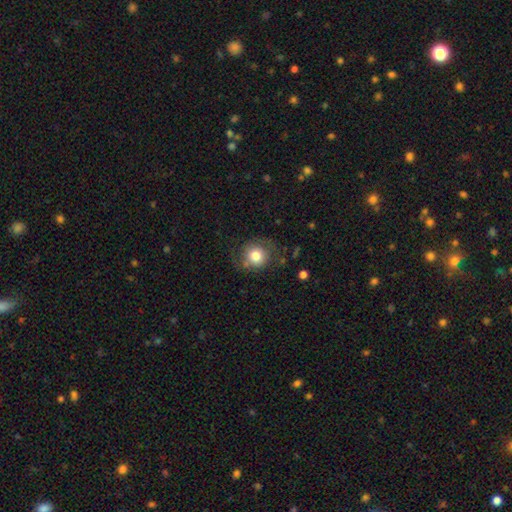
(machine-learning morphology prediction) smooth_or_featured: smooth (p=0.76) [alt: featured or disk p=0.14]
how_rounded: round (p=0.86) [alt: in between p=0.13]
merging: none (p=0.69) [alt: minor disturbance p=0.19]